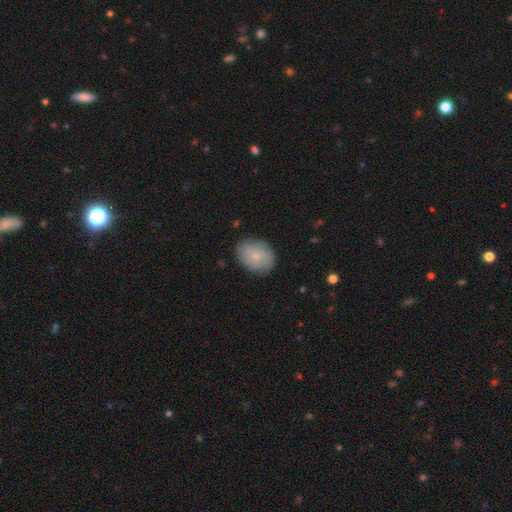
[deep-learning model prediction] A smooth galaxy with no disk features (67%) that is in between round and cigar-shaped (64%). Merging: none (80%).